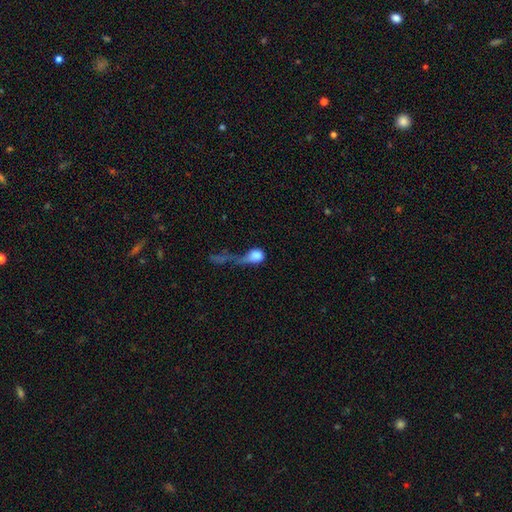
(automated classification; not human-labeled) smooth 70%, featured or disk 20%, star or artifact 10%. Down the decision tree: how rounded — round (49%); merging — major disturbance (53%).